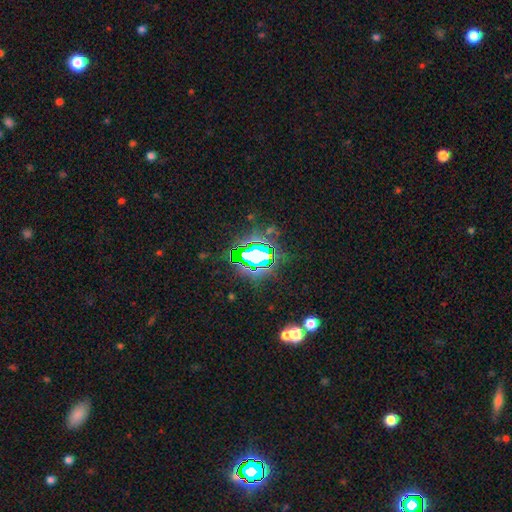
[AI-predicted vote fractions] Smooth or featured? Predicted: star or artifact (p=0.72).